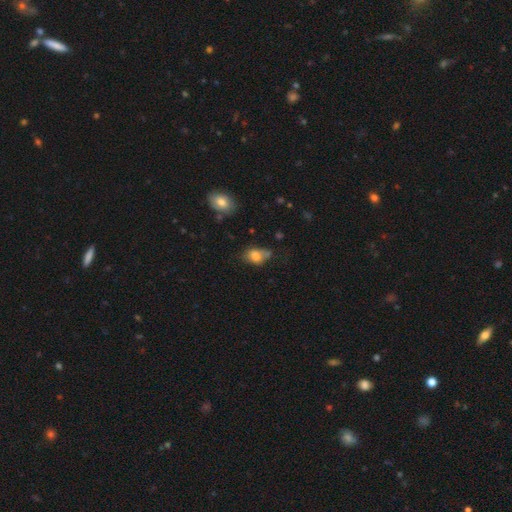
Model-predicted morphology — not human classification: smooth 76%, featured or disk 14%, star or artifact 10%. Down the decision tree: how rounded — in between (74%); merging — none (42%).